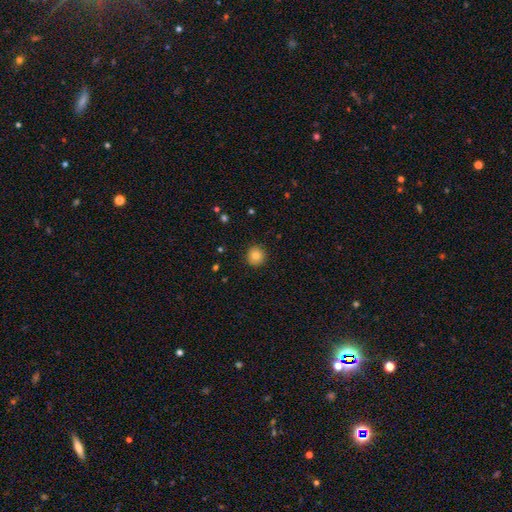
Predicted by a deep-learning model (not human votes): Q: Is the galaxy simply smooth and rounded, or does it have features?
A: smooth — 82%.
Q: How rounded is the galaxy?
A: round — 93%.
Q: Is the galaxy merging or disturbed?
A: none — 90%.